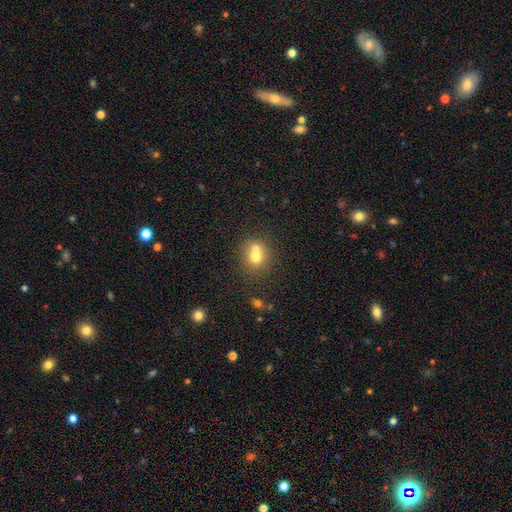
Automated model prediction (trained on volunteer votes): smooth-or-featured: smooth: 69% | featured or disk: 18% | star or artifact: 13%
  how-rounded: round: 77% | in between: 22% | cigar-shaped: 1%
  merging: merger: 52% | none: 38% | minor disturbance: 7% | major disturbance: 3%